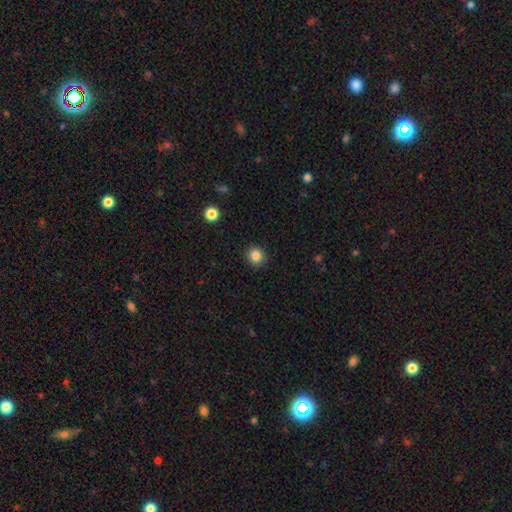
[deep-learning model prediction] smooth 85%, star or artifact 11%, featured or disk 4%. Down the decision tree: how rounded — round (86%); merging — none (91%).